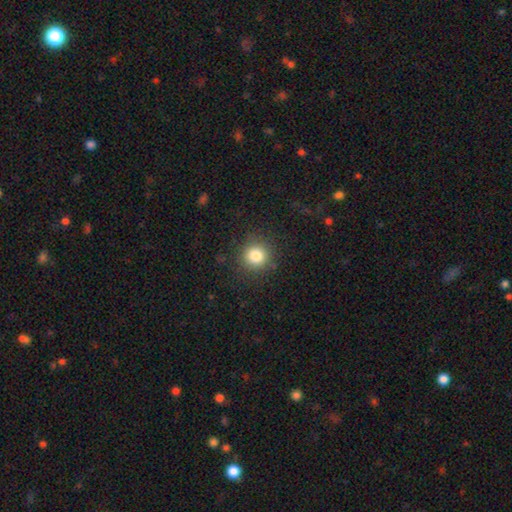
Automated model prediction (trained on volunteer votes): smooth 82%, star or artifact 12%, featured or disk 6%. Down the decision tree: how rounded — round (92%); merging — none (88%).